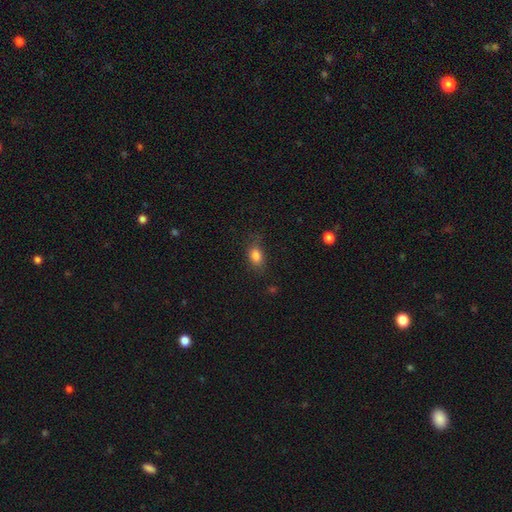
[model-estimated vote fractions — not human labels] Smooth or featured: smooth — 83% (star or artifact — 10%)
How rounded: in between — 77% (round — 19%)
Merging: none — 72% (minor disturbance — 20%)